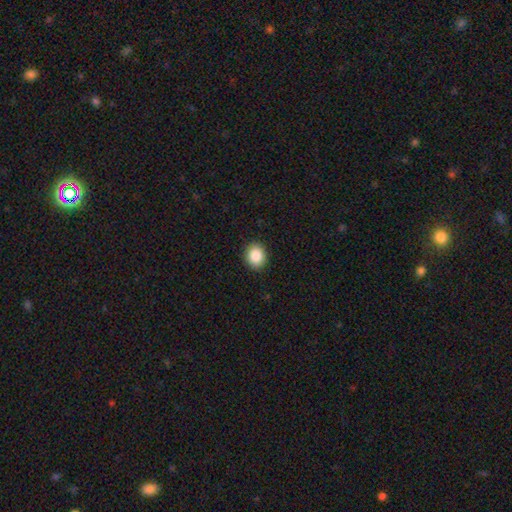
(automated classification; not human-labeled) smooth 88%, star or artifact 8%, featured or disk 4%. Down the decision tree: how rounded — round (62%); merging — none (90%).